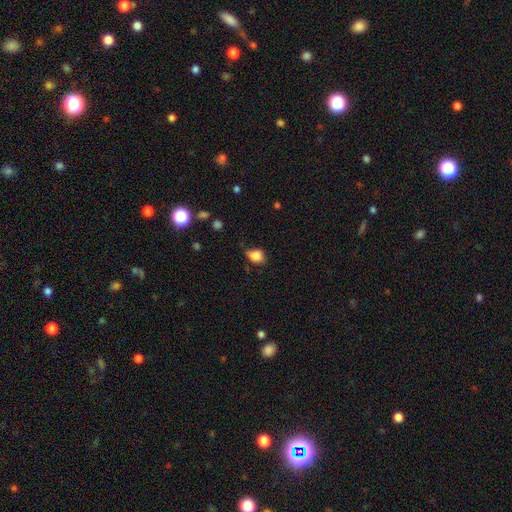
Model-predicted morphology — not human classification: Smooth or featured?
  - smooth: 84% *
  - star or artifact: 10%
  - featured or disk: 6%
How rounded?
  - in between: 53% *
  - round: 46%
  - cigar-shaped: 1%
Merging?
  - none: 58% *
  - minor disturbance: 33%
  - major disturbance: 7%
  - merger: 2%